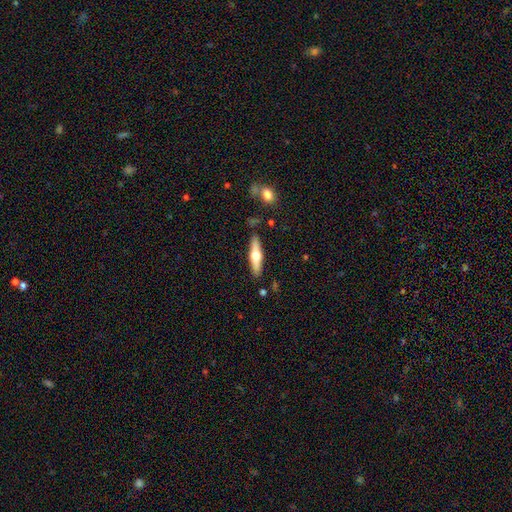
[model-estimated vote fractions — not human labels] A featured or disk galaxy (53%) viewed edge-on (93%).

Vote fractions:
- Smooth or featured? featured or disk: 53% / smooth: 41% / star or artifact: 6%
- Edge-on disk? yes: 93% / no: 7%
- Merging? none: 87% / minor disturbance: 9% / merger: 2% / major disturbance: 2%